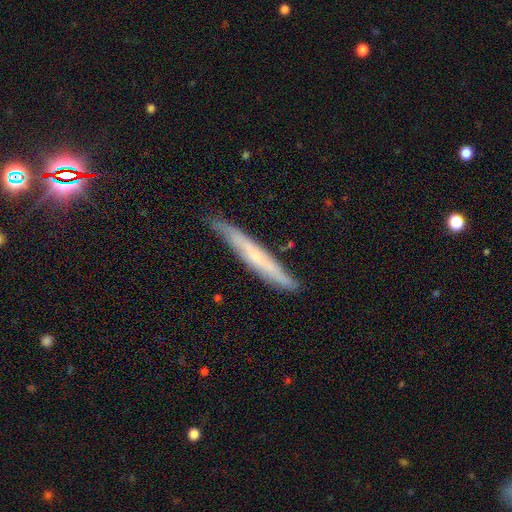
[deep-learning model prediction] This is possibly a featured or disk galaxy (55%). It is clearly viewed edge-on (83%). Merging: likely none (77%).